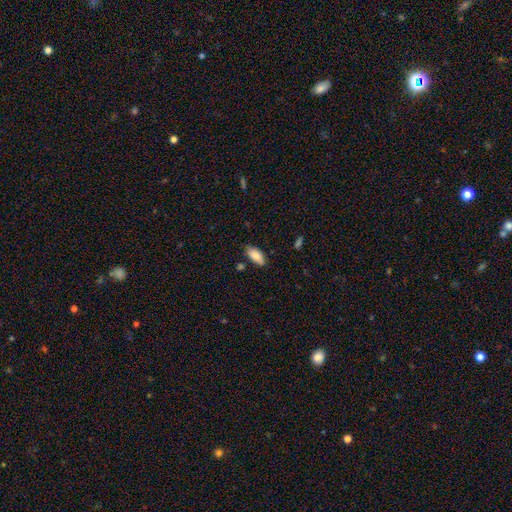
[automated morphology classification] Smooth or featured?
  - smooth: 85% *
  - featured or disk: 8%
  - star or artifact: 7%
How rounded?
  - in between: 89% *
  - cigar-shaped: 9%
  - round: 2%
Merging?
  - none: 80% *
  - minor disturbance: 15%
  - merger: 3%
  - major disturbance: 2%